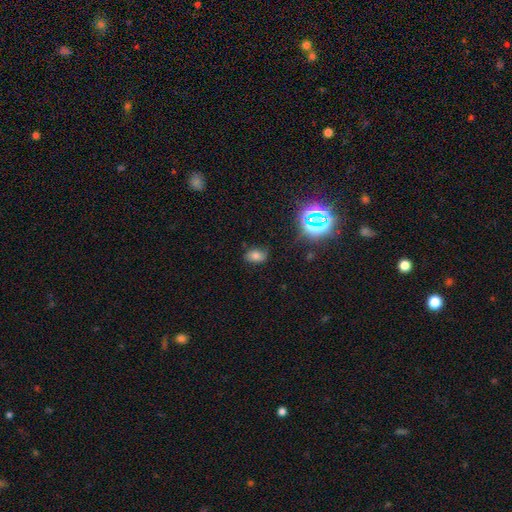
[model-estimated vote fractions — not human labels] Smooth or featured?
  - smooth: 65% *
  - star or artifact: 23%
  - featured or disk: 12%
How rounded?
  - in between: 82% *
  - round: 17%
  - cigar-shaped: 2%
Merging?
  - none: 74% *
  - minor disturbance: 19%
  - major disturbance: 5%
  - merger: 2%